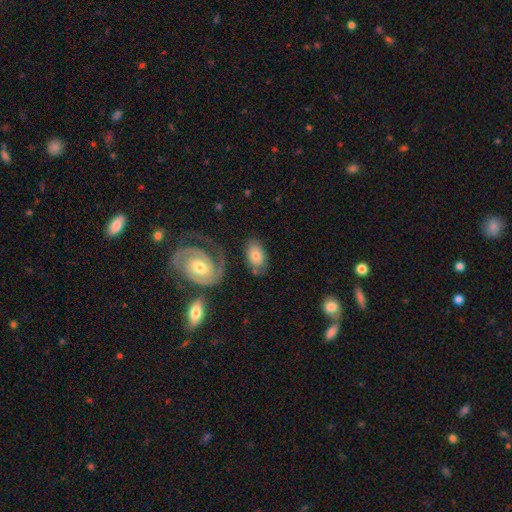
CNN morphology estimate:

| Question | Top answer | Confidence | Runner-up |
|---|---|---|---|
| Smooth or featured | smooth | 60% | featured or disk (33%) |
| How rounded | in between | 87% | round (11%) |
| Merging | none | 66% | minor disturbance (16%) |